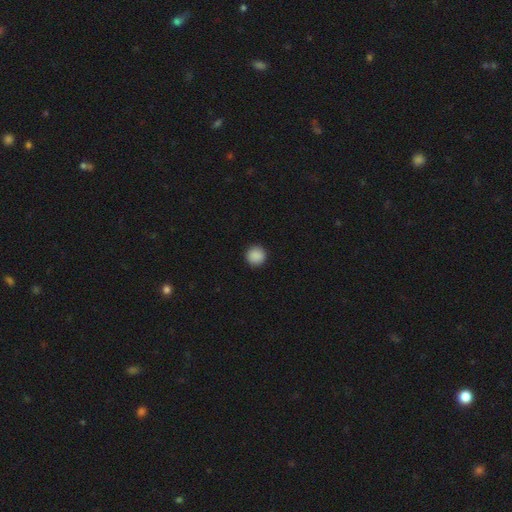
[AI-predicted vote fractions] Smooth or featured?
  - smooth: 89% *
  - star or artifact: 8%
  - featured or disk: 2%
How rounded?
  - round: 96% *
  - in between: 3%
  - cigar-shaped: 1%
Merging?
  - none: 93% *
  - minor disturbance: 5%
  - major disturbance: 2%
  - merger: 1%